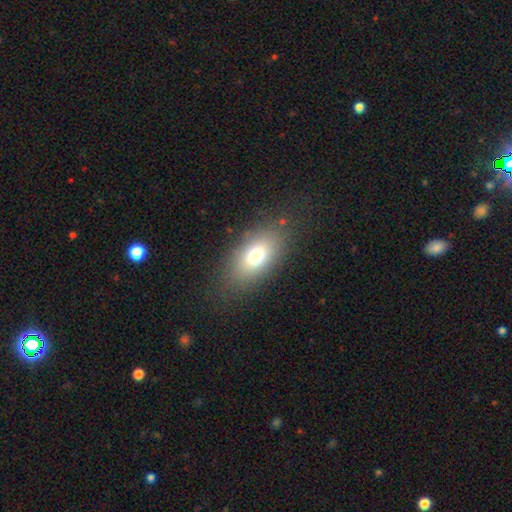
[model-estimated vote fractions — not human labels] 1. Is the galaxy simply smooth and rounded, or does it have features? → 72% smooth, 16% featured or disk, 12% star or artifact.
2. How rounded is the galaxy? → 84% in between, 12% round, 4% cigar-shaped.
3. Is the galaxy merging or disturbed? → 80% none, 12% minor disturbance, 7% major disturbance, 1% merger.